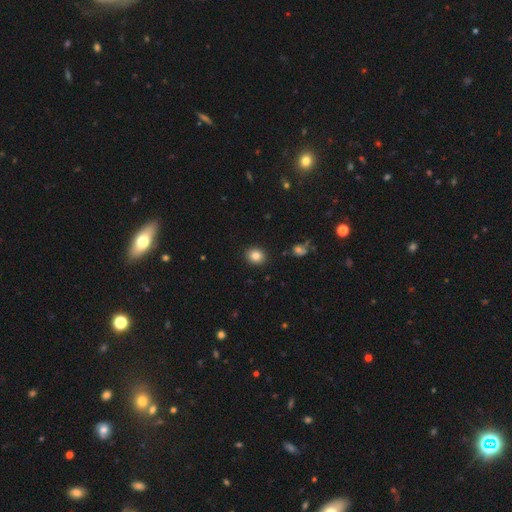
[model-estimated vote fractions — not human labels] Overall: smooth (84%). How rounded: round (66%; in between 33%). Merging: none (90%).